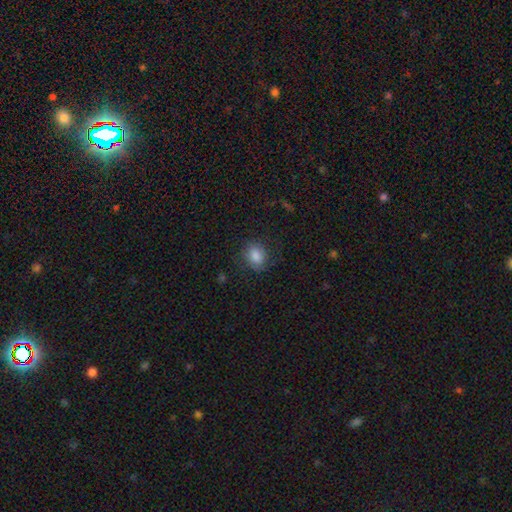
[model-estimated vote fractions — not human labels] Morphology: type=smooth (83%); roundness=round (54%); merging=none (77%).